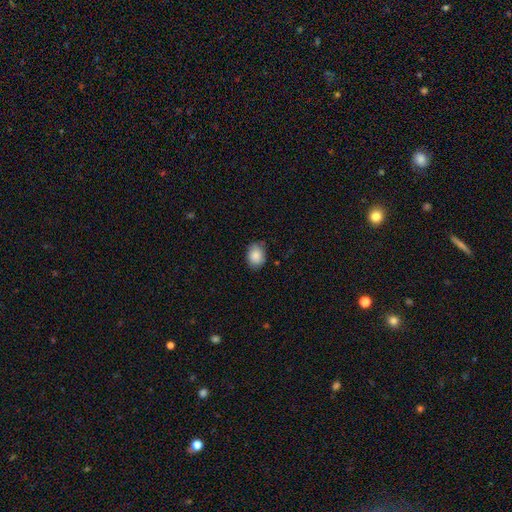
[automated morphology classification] The model was most divided on "how rounded": in between: 63%, round: 36%, cigar-shaped: 1%. More confident: smooth or featured — smooth (87%); merging — none (78%).